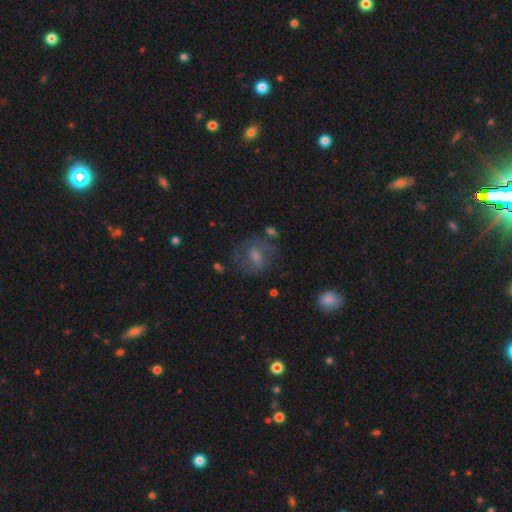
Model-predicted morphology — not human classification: Smooth or featured: featured or disk — 51% (smooth — 32%)
Edge-on disk: no — 94% (yes — 6%)
Merging: none — 67% (minor disturbance — 17%)